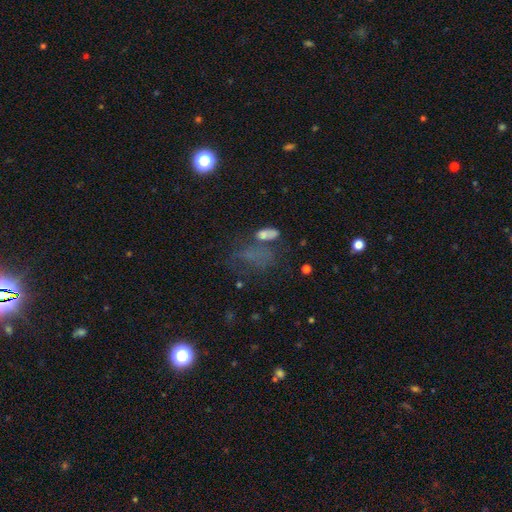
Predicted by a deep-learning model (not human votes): Smooth or featured? Predicted: smooth (p=0.39). Merging? Predicted: none (p=0.44).